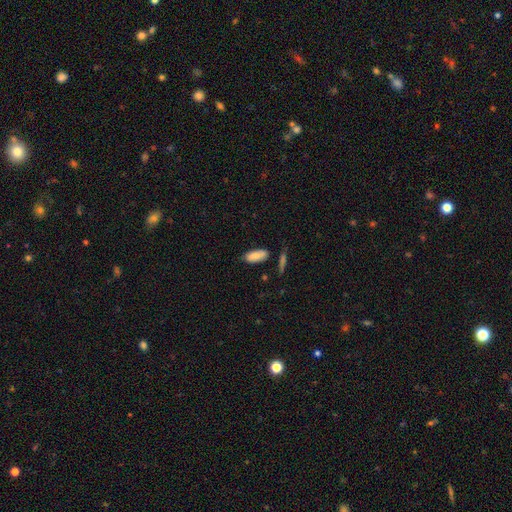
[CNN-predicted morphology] smooth_or_featured: smooth (p=0.81) [alt: featured or disk p=0.13]
how_rounded: in between (p=0.86) [alt: cigar-shaped p=0.12]
merging: none (p=0.71) [alt: minor disturbance p=0.19]